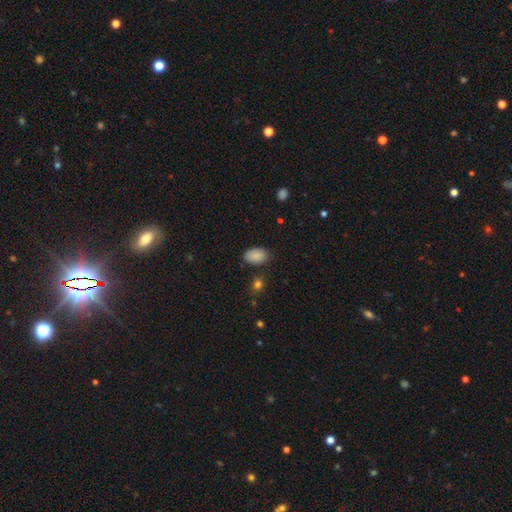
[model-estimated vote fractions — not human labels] Smooth or featured? Predicted: smooth (p=0.89). How rounded? Predicted: in between (p=0.90). Merging? Predicted: none (p=0.82).